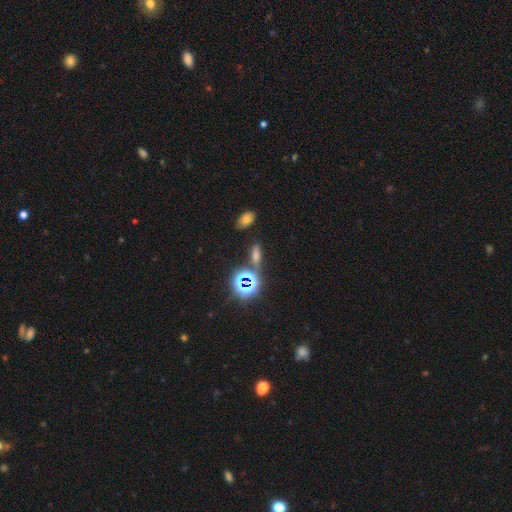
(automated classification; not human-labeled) Smooth or featured: star or artifact — 47% (smooth — 39%)